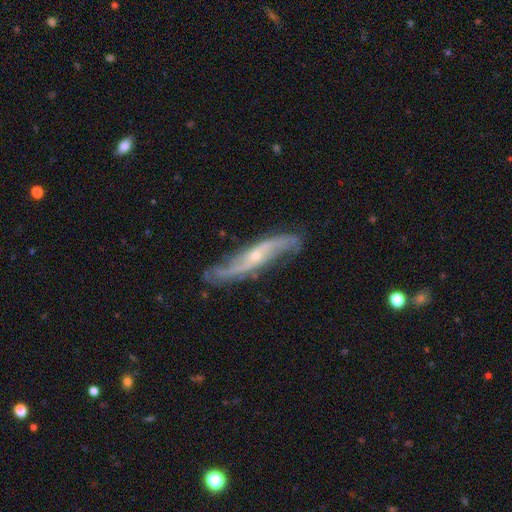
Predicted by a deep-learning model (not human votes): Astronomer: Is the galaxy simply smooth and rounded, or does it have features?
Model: featured or disk — 83%.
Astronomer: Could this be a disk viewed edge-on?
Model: no — 68%.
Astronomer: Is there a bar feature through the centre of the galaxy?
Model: no — 55% (runner-up: weak, 30%).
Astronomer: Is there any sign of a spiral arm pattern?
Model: yes — 94%.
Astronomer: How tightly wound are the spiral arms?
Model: loose — 64%.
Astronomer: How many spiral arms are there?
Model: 2 — 84%.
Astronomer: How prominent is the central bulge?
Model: small — 71%.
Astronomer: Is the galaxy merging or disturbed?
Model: none — 74%.